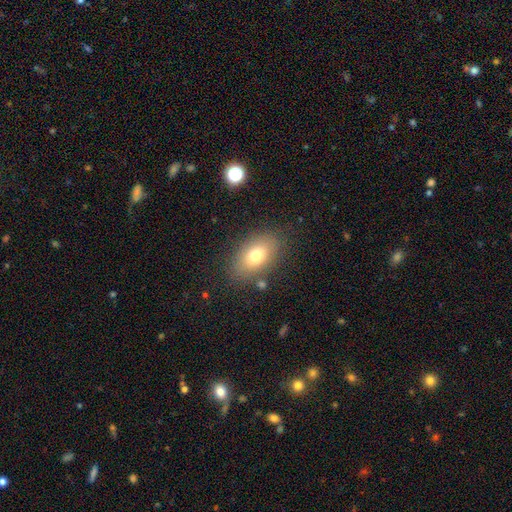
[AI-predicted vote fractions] smooth-or-featured: smooth: 75% | featured or disk: 16% | star or artifact: 9%
  how-rounded: in between: 88% | round: 10% | cigar-shaped: 2%
  merging: none: 81% | minor disturbance: 12% | major disturbance: 4% | merger: 3%